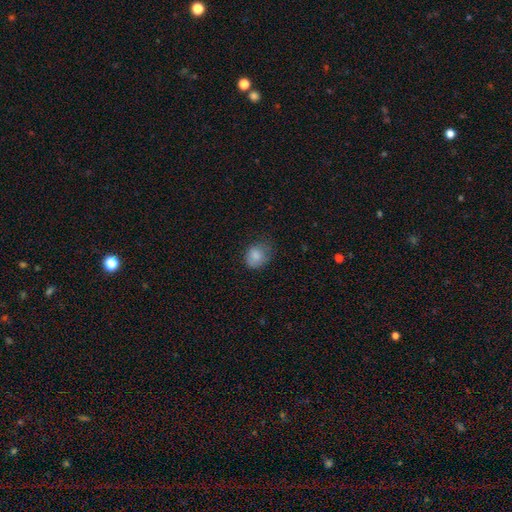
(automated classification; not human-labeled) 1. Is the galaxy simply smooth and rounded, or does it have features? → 83% smooth, 9% featured or disk, 8% star or artifact.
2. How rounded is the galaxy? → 56% round, 43% in between, 1% cigar-shaped.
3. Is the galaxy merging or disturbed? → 57% none, 31% minor disturbance, 11% major disturbance, 1% merger.